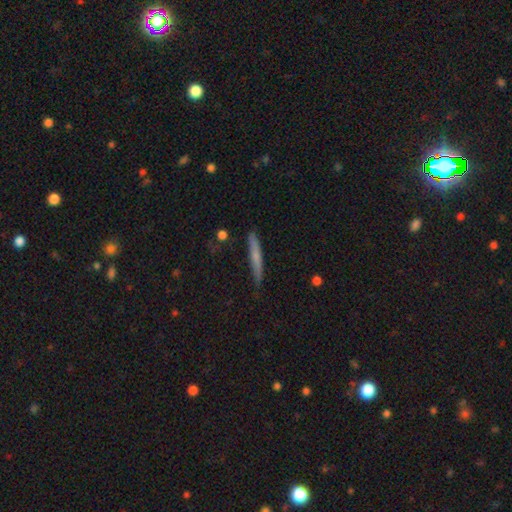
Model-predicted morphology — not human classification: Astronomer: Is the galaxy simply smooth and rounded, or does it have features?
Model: smooth — 59% (runner-up: featured or disk, 34%).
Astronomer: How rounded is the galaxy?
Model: cigar-shaped — 95%.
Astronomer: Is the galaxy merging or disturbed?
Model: none — 80%.